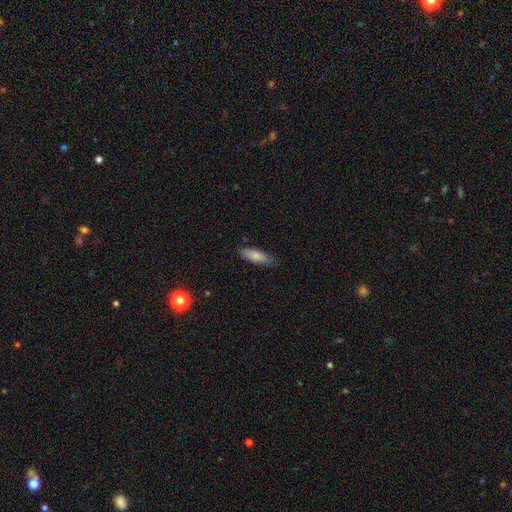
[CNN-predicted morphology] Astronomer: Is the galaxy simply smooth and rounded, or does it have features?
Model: smooth — 80%.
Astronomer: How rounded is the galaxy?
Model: cigar-shaped — 51% (runner-up: in between, 48%).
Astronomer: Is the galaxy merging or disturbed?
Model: none — 82%.